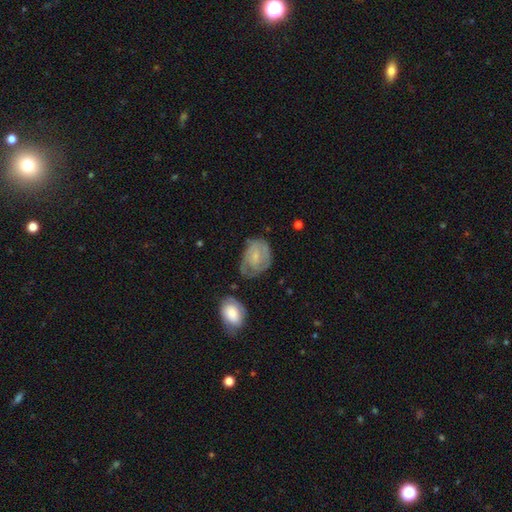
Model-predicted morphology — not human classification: A featured or disk galaxy (55%) with no bar (56%), spiral arms (70%) and a small central bulge (58%). Merging: none (50%).